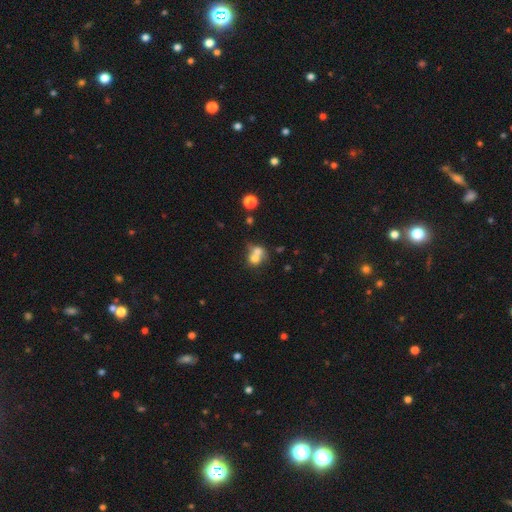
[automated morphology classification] Overall: smooth (69%). How rounded: round (71%). Merging: merger (66%).